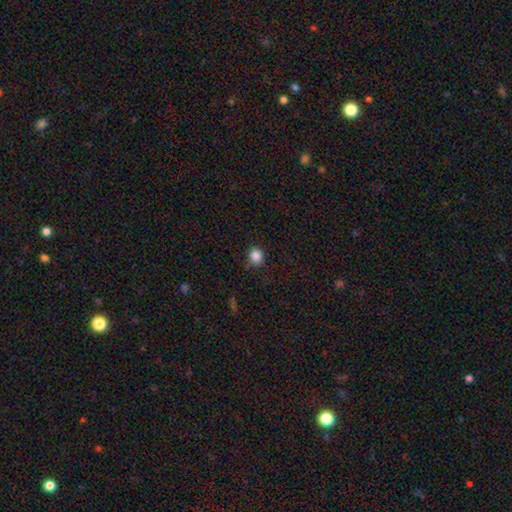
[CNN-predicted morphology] A smooth galaxy with no disk features (86%) that is round (79%). Merging: none (82%).